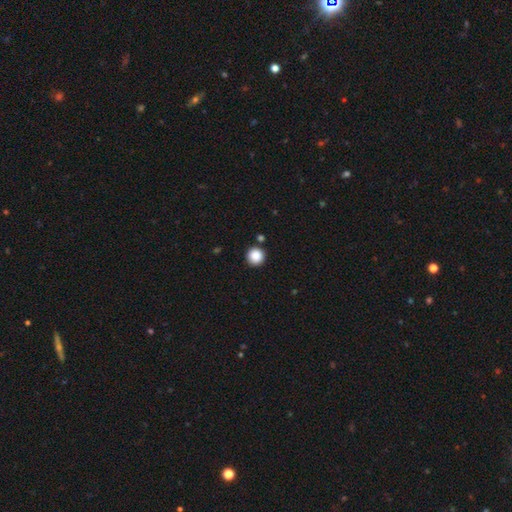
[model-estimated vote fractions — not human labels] This appears to be a smooth galaxy with no disk features (87%) that is round (95%). Merging: none (88%).